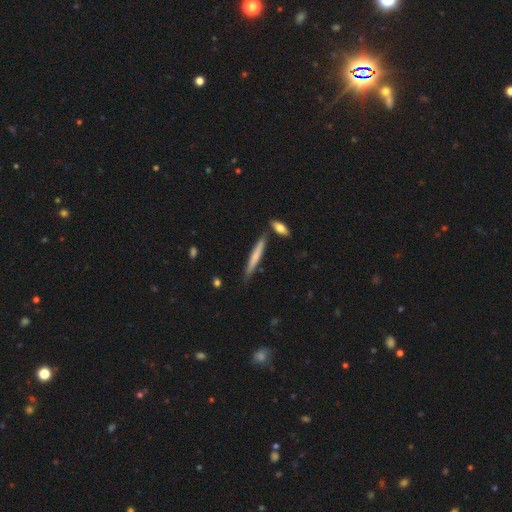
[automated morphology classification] This is likely a smooth galaxy (64%). How rounded: clearly cigar-shaped (95%). Merging: clearly none (80%).